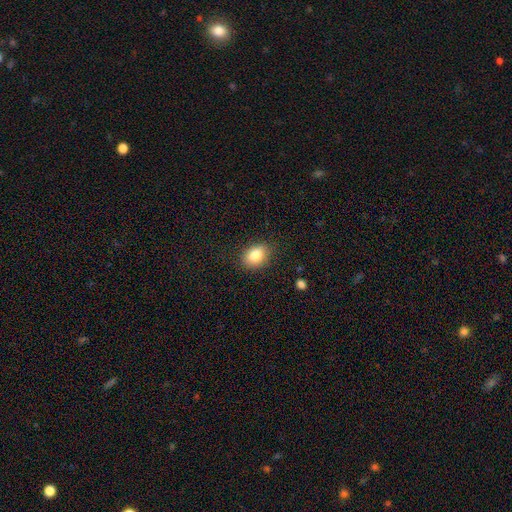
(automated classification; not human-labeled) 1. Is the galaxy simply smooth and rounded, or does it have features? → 83% smooth, 9% star or artifact, 8% featured or disk.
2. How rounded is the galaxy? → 72% in between, 27% round, 1% cigar-shaped.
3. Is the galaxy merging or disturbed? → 85% none, 11% minor disturbance, 3% major disturbance, 1% merger.